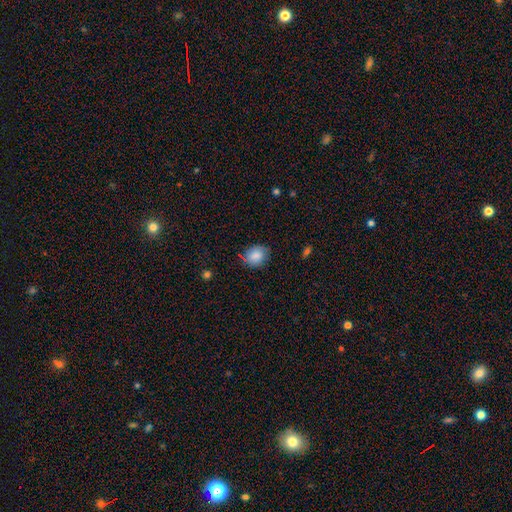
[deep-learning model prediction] smooth-or-featured: smooth: 84% | star or artifact: 9% | featured or disk: 7%
  how-rounded: round: 62% | in between: 37% | cigar-shaped: 1%
  merging: none: 79% | minor disturbance: 17% | major disturbance: 3% | merger: 2%